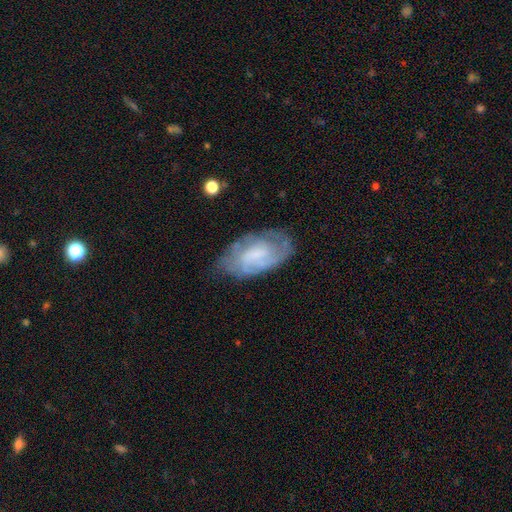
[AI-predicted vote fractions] smooth_or_featured: featured or disk (p=0.60) [alt: smooth p=0.32]
disk_edge_on: no (p=0.95) [alt: yes p=0.05]
bar: no (p=0.53) [alt: weak p=0.38]
has_spiral_arms: yes (p=0.74) [alt: no p=0.26]
bulge_size: none (p=0.42) [alt: small p=0.30]
merging: none (p=0.59) [alt: minor disturbance p=0.27]